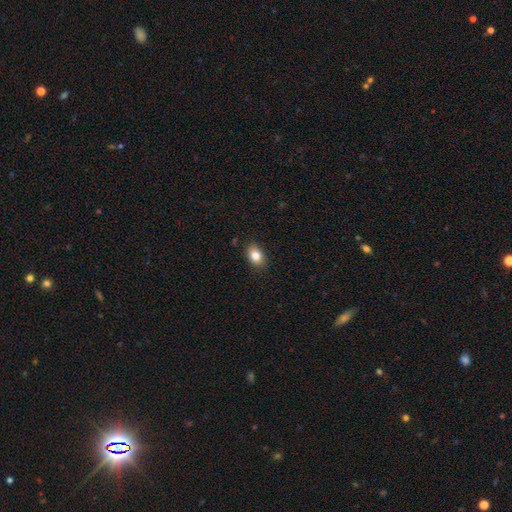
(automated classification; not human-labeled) This is clearly a smooth galaxy (82%). How rounded: clearly in between (80%). Merging: clearly none (88%).